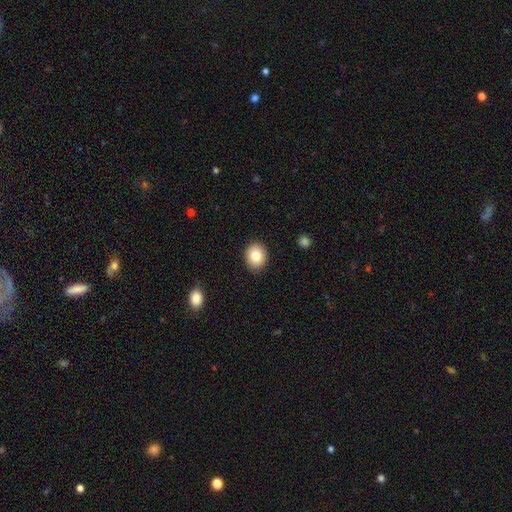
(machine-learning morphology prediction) Smooth or featured?
  - smooth: 82% *
  - featured or disk: 10%
  - star or artifact: 9%
How rounded?
  - round: 64% *
  - in between: 35%
  - cigar-shaped: 1%
Merging?
  - none: 89% *
  - minor disturbance: 8%
  - major disturbance: 2%
  - merger: 1%